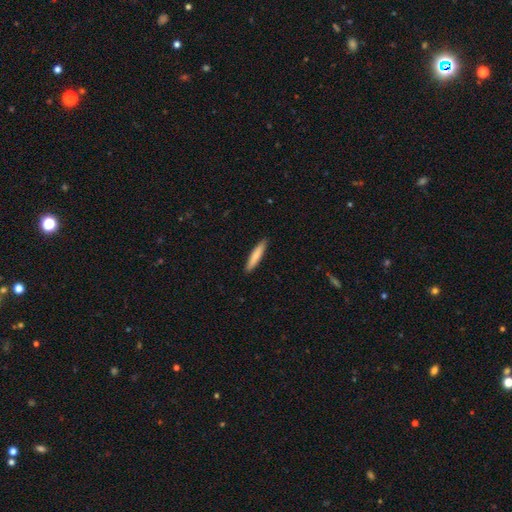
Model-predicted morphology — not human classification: The model was most divided on "smooth or featured": smooth: 80%, featured or disk: 15%, star or artifact: 5%. More confident: merging — none (91%); how rounded — cigar-shaped (91%).